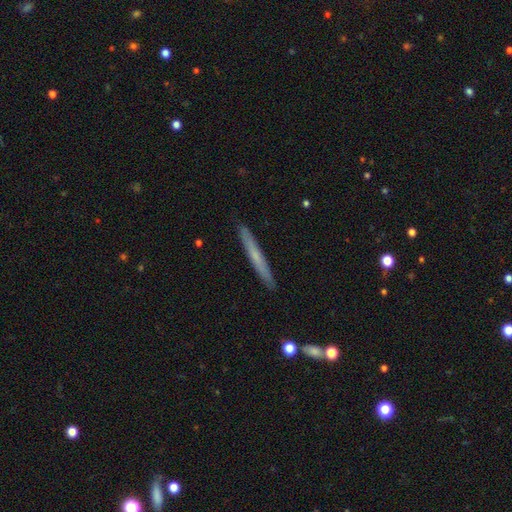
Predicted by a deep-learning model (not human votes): This is possibly a smooth galaxy (50%). Merging: clearly none (91%).